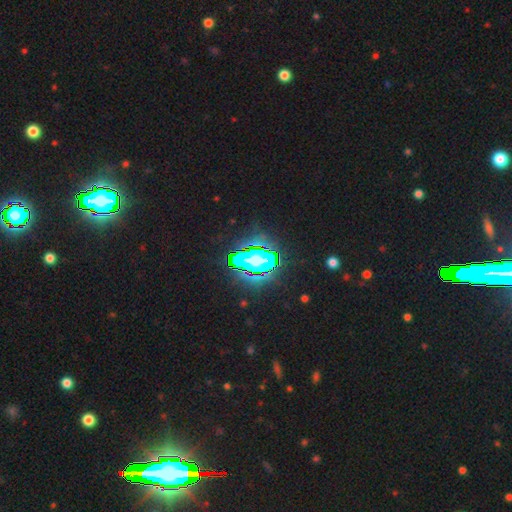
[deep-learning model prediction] The model was most divided on "smooth or featured": star or artifact: 63%, smooth: 20%, featured or disk: 17%.